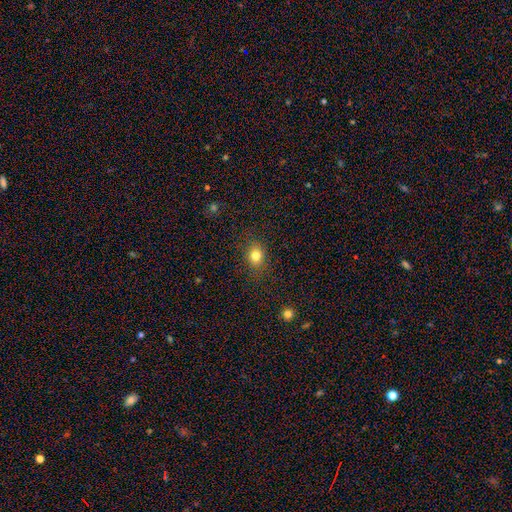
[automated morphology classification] Smooth or featured?
  - smooth: 81% *
  - star or artifact: 12%
  - featured or disk: 7%
How rounded?
  - round: 59% *
  - in between: 40%
  - cigar-shaped: 1%
Merging?
  - none: 84% *
  - minor disturbance: 11%
  - major disturbance: 4%
  - merger: 1%